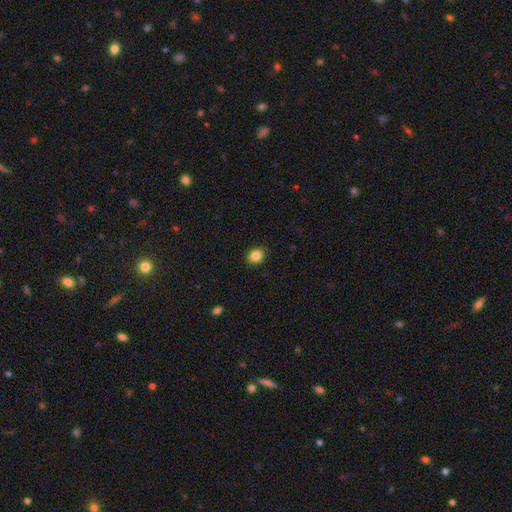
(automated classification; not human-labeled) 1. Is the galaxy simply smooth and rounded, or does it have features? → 85% smooth, 11% star or artifact, 4% featured or disk.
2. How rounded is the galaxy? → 71% round, 28% in between, 1% cigar-shaped.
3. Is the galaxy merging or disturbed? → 90% none, 7% minor disturbance, 2% major disturbance, 1% merger.